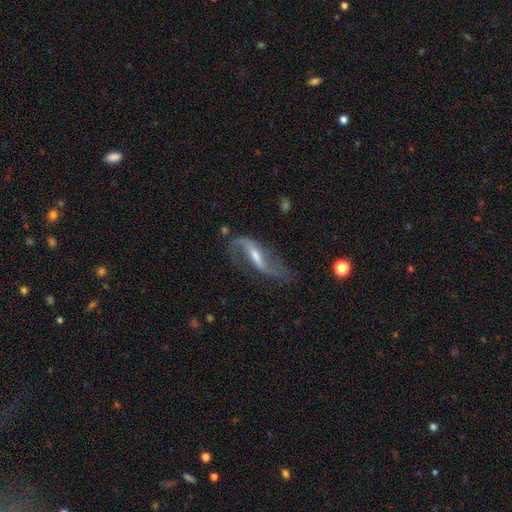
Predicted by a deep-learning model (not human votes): Smooth or featured? featured or disk (83%)
Edge-on disk? no (92%)
Bar? strong (47%)
Spiral arms? yes (92%)
Spiral winding? loose (79%)
Spiral arm count? 2 (81%)
Bulge size? moderate (43%)
Merging? none (56%)